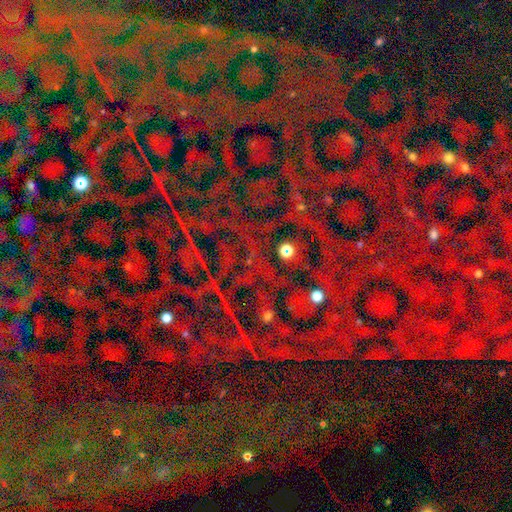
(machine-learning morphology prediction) The model was most divided on "smooth or featured": star or artifact: 85%, smooth: 8%, featured or disk: 7%.